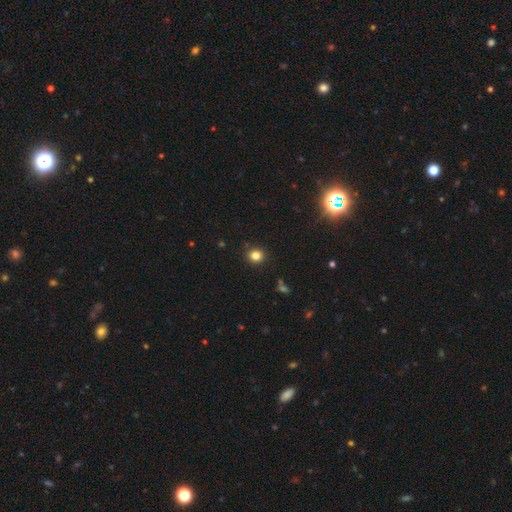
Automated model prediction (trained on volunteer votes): Smooth or featured? Predicted: smooth (p=0.82). How rounded? Predicted: round (p=0.85). Merging? Predicted: none (p=0.89).